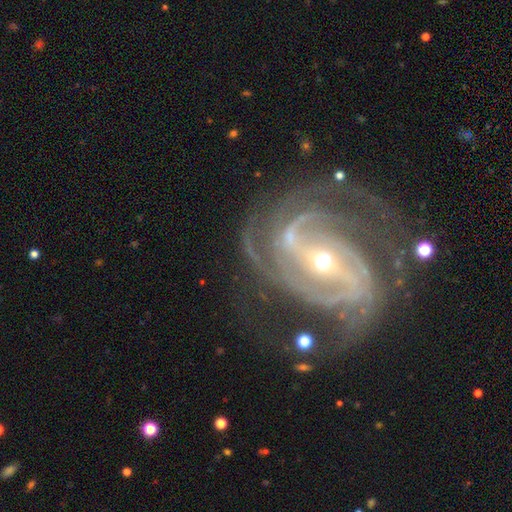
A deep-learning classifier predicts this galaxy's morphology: smooth-or-featured: featured or disk: 92% | star or artifact: 5% | smooth: 3%
  disk-edge-on: no: 97% | yes: 3%
    bar: strong: 52% | weak: 31% | no: 17%
    has-spiral-arms: yes: 98% | no: 2%
      spiral-winding: tight: 54% | medium: 39% | loose: 7%
      spiral-arm-count: 3: 30% | 2: 26% | 4: 19% | can't tell: 12% | more than 4: 7% | 1: 6%
    bulge-size: small: 56% | moderate: 40% | large: 2% | none: 1% | dominant: 1%
  merging: none: 64% | minor disturbance: 19% | major disturbance: 14% | merger: 3%